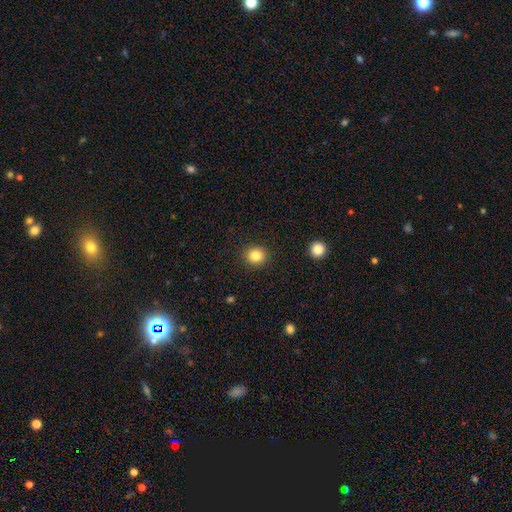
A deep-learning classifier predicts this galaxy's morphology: smooth 84%, star or artifact 11%, featured or disk 5%. Down the decision tree: how rounded — round (90%); merging — none (91%).